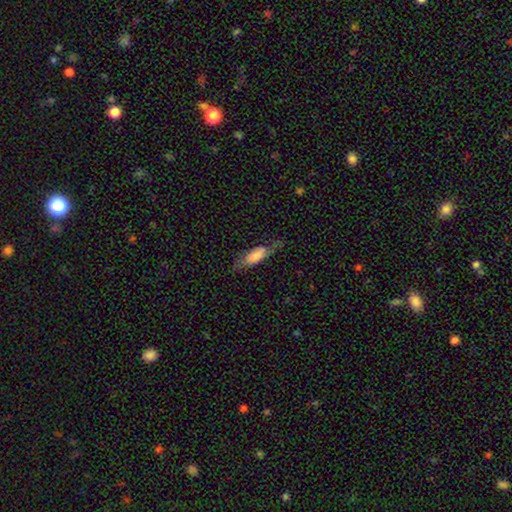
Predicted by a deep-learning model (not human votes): A smooth galaxy with no disk features (66%) that is in between round and cigar-shaped (61%).

Vote fractions:
- Smooth or featured? smooth: 66% / featured or disk: 27% / star or artifact: 7%
- How rounded? in between: 61% / cigar-shaped: 37% / round: 2%
- Merging? none: 60% / minor disturbance: 26% / major disturbance: 12% / merger: 2%